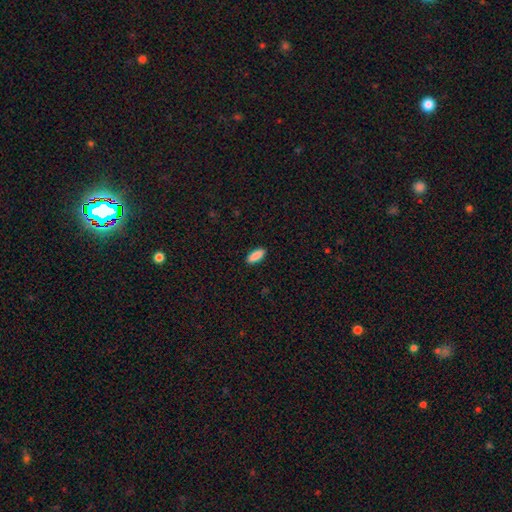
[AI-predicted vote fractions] Overall: smooth (89%). How rounded: in between (73%). Merging: none (90%).